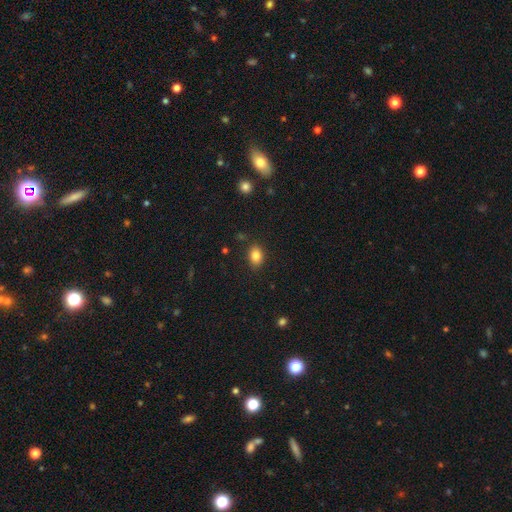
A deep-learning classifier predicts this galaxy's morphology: Smooth or featured: smooth — 84% (star or artifact — 10%)
How rounded: in between — 71% (round — 28%)
Merging: none — 85% (minor disturbance — 11%)